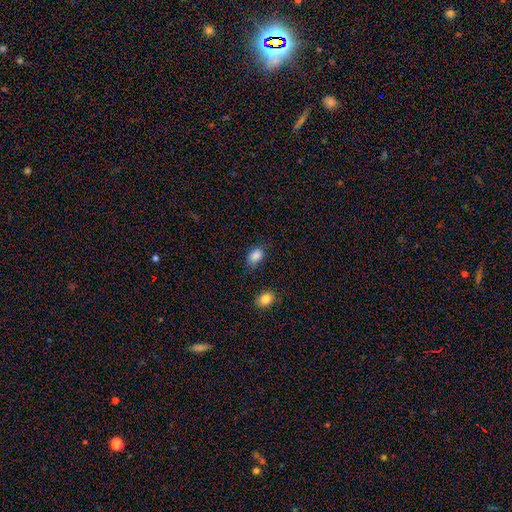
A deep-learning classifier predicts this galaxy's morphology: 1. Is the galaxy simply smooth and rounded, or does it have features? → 87% smooth, 9% star or artifact, 4% featured or disk.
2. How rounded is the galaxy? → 81% in between, 17% round, 1% cigar-shaped.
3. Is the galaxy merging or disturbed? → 70% none, 21% minor disturbance, 5% major disturbance, 4% merger.